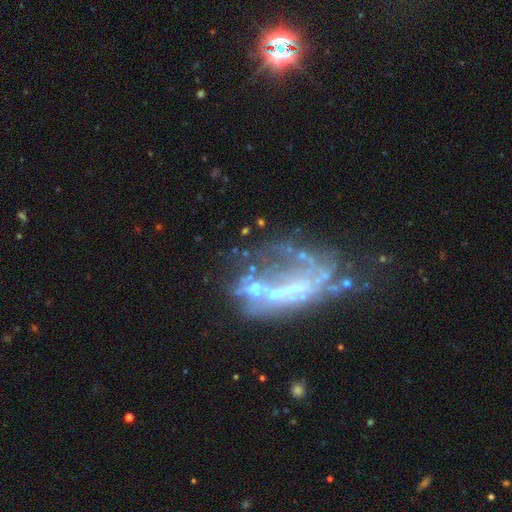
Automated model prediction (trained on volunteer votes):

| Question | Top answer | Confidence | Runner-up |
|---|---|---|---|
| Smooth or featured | featured or disk | 67% | star or artifact (18%) |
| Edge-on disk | no | 91% | yes (9%) |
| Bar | no | 64% | weak (20%) |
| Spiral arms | no | 68% | yes (32%) |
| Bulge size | none | 51% | small (28%) |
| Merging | major disturbance | 36% | none (26%) |